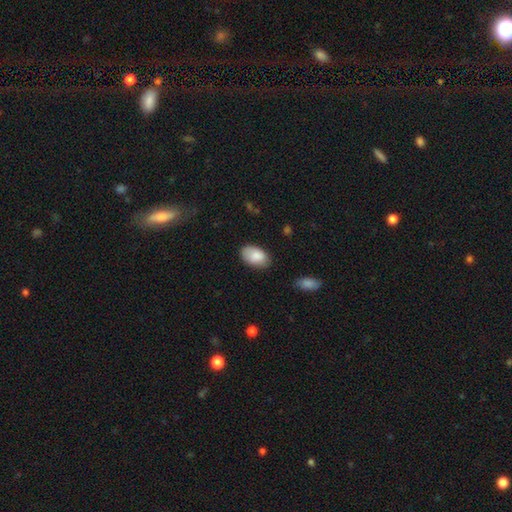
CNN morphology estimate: This appears to be a smooth galaxy with no disk features (87%) that is in between round and cigar-shaped (92%). Merging: none (76%).